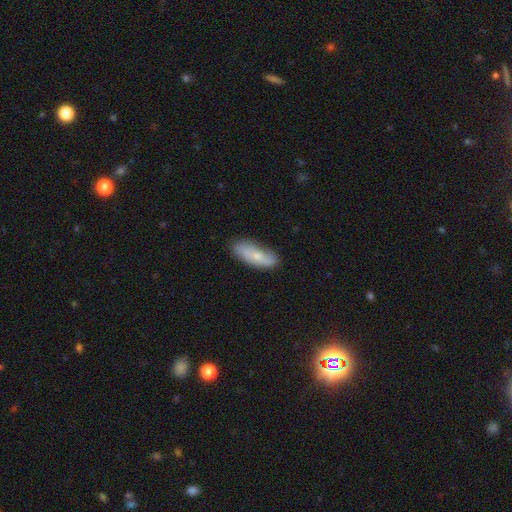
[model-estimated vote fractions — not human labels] A smooth galaxy with no disk features (63%) that is in between round and cigar-shaped (58%). Merging: none (76%).